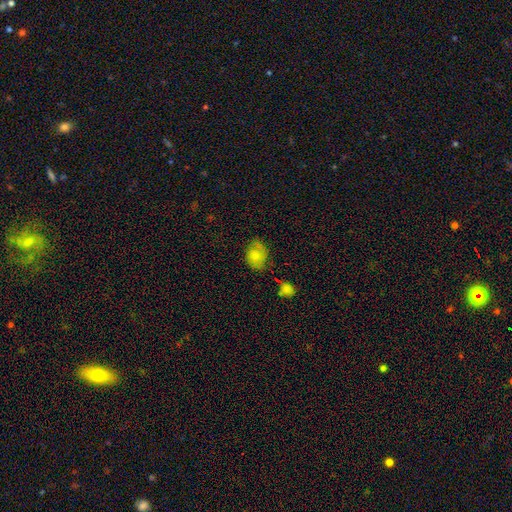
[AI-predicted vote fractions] Smooth or featured?
  - smooth: 73% *
  - featured or disk: 17%
  - star or artifact: 10%
How rounded?
  - in between: 59% *
  - round: 40%
  - cigar-shaped: 1%
Merging?
  - none: 56% *
  - minor disturbance: 29%
  - major disturbance: 10%
  - merger: 4%